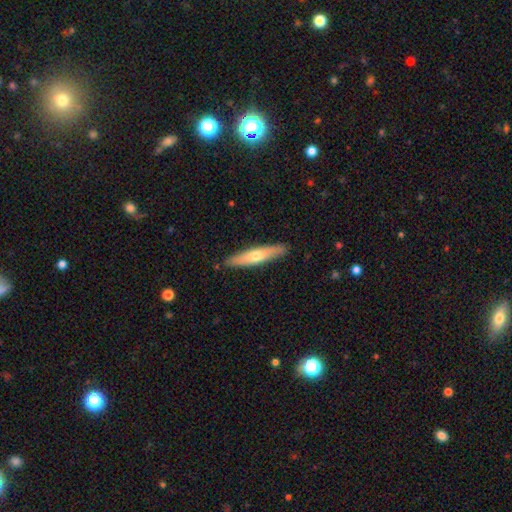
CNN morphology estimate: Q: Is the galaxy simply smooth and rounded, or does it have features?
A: smooth — 53%.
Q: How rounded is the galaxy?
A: cigar-shaped — 87%.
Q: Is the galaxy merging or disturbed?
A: none — 89%.